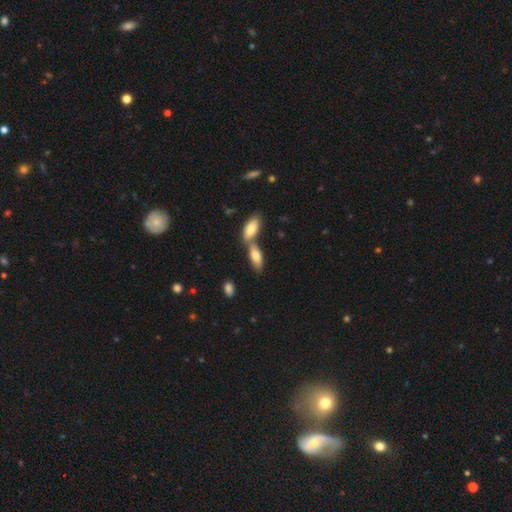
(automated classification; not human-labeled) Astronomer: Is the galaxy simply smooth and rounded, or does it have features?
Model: smooth — 79%.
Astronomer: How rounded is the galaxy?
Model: in between — 78%.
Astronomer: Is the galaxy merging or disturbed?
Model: merger — 50% (runner-up: none, 39%).